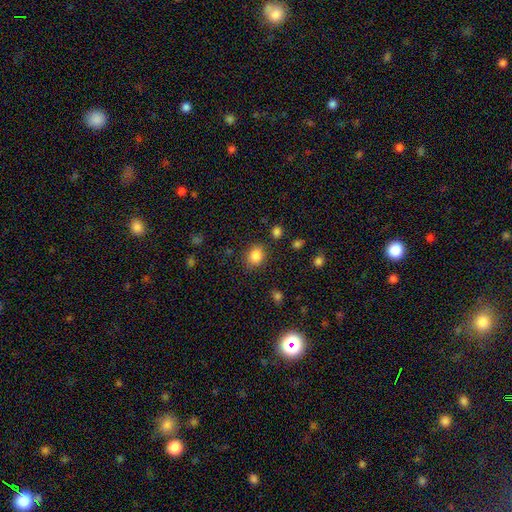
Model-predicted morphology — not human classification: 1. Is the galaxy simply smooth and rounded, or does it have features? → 84% smooth, 11% star or artifact, 5% featured or disk.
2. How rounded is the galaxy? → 57% round, 42% in between, 1% cigar-shaped.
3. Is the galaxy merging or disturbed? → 83% none, 11% minor disturbance, 3% major disturbance, 3% merger.